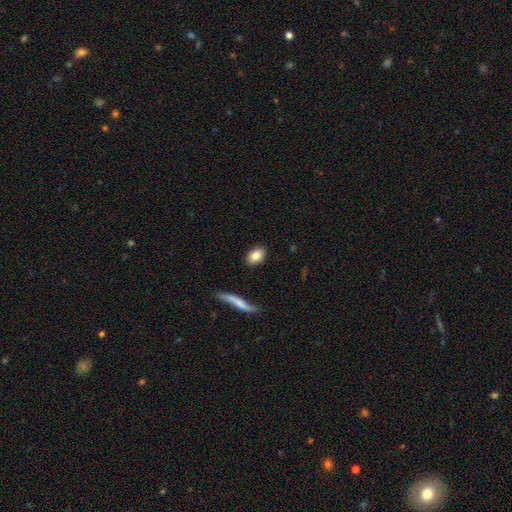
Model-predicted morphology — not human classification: smooth-or-featured: smooth: 82% | featured or disk: 11% | star or artifact: 7%
  how-rounded: in between: 80% | round: 16% | cigar-shaped: 3%
  merging: none: 88% | minor disturbance: 8% | major disturbance: 2% | merger: 2%